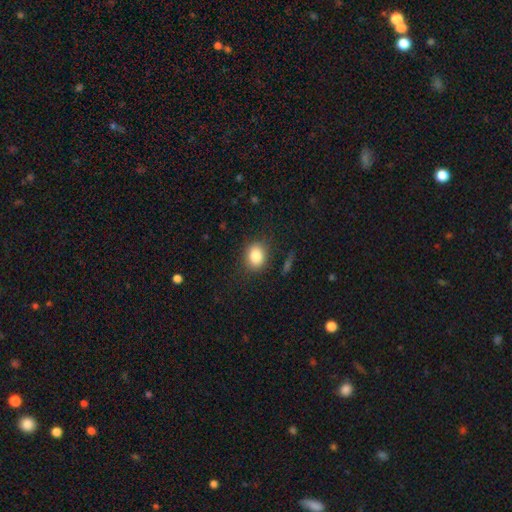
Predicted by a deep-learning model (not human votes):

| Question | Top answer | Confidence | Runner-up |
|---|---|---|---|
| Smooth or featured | smooth | 84% | star or artifact (10%) |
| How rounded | round | 51% | in between (48%) |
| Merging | none | 82% | minor disturbance (13%) |